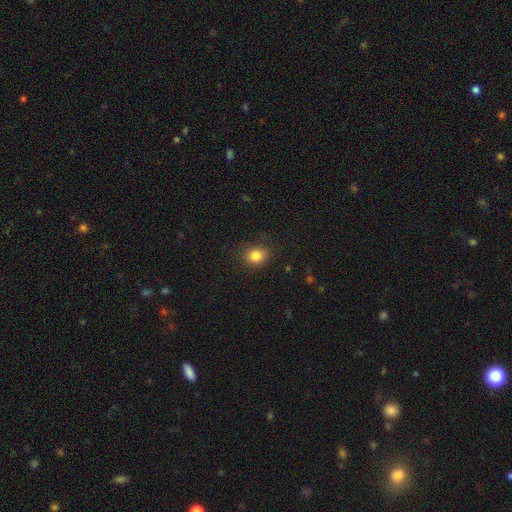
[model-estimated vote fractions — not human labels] Q: Smooth or featured?
A: smooth (84%); runner-up: star or artifact (11%)
Q: How rounded?
A: round (66%); runner-up: in between (34%)
Q: Merging?
A: none (83%); runner-up: minor disturbance (12%)